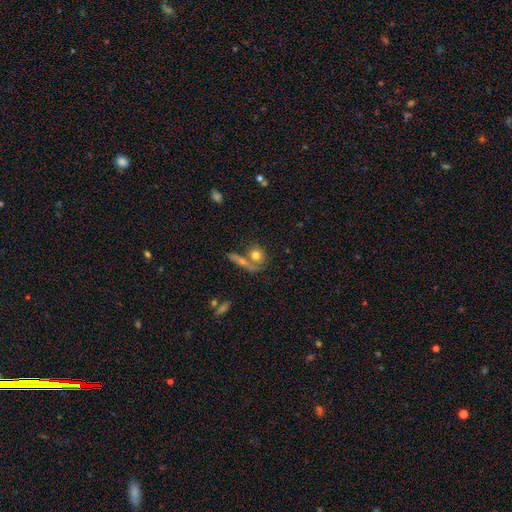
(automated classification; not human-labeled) Smooth or featured? Predicted: smooth (p=0.71). How rounded? Predicted: round (p=0.70). Merging? Predicted: none (p=0.42).